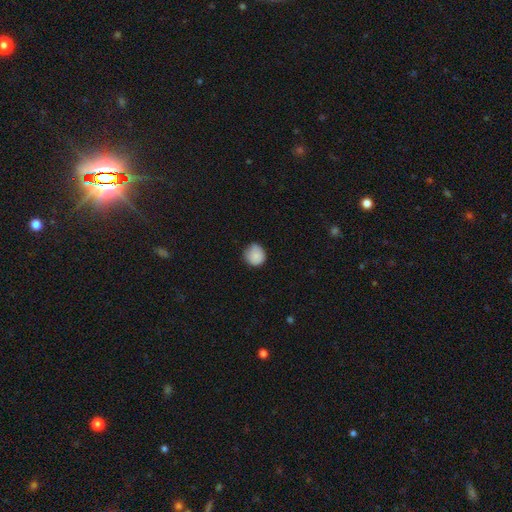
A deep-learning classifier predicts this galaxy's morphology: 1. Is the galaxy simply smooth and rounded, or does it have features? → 87% smooth, 8% star or artifact, 5% featured or disk.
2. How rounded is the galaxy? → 89% round, 10% in between, 1% cigar-shaped.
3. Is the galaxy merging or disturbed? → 73% none, 22% minor disturbance, 3% major disturbance, 1% merger.